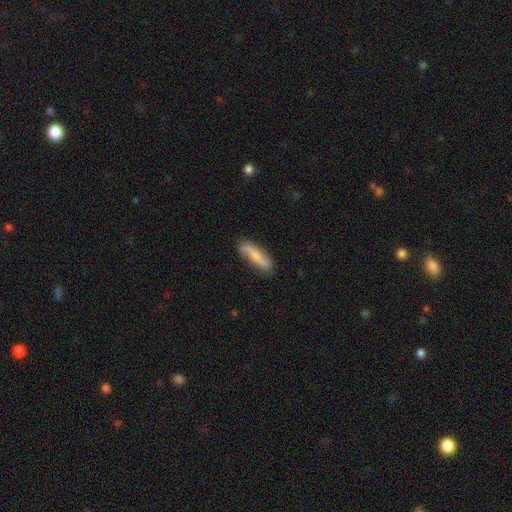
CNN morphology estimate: smooth_or_featured: featured or disk (p=0.47) [tied with: smooth p=0.47]
merging: none (p=0.79) [alt: minor disturbance p=0.16]